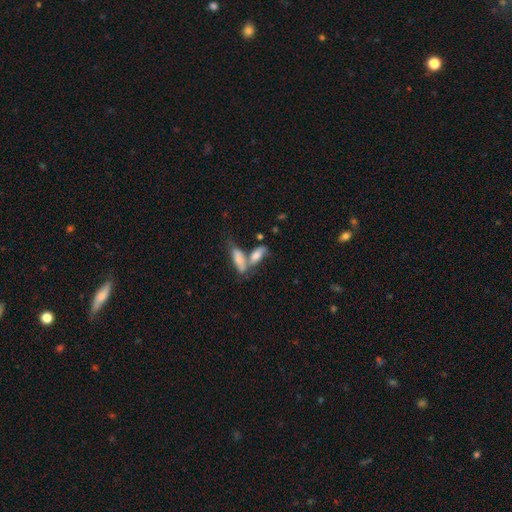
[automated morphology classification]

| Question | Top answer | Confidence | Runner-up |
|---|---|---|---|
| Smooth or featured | smooth | 65% | featured or disk (25%) |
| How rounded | in between | 64% | cigar-shaped (32%) |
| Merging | merger | 54% | none (31%) |